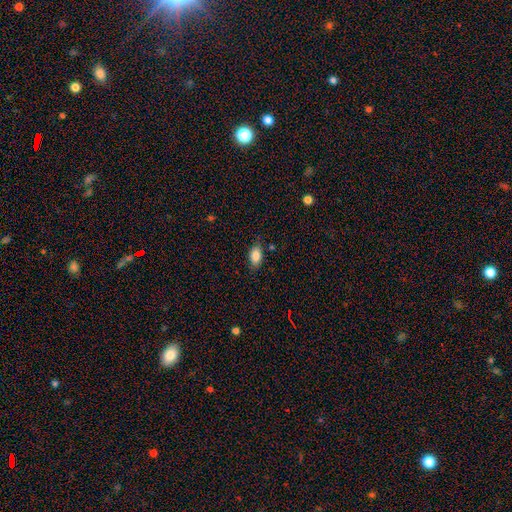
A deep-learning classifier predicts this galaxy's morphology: A smooth galaxy with no disk features (85%) that is in between round and cigar-shaped (89%).

Vote fractions:
- Smooth or featured? smooth: 85% / star or artifact: 8% / featured or disk: 7%
- How rounded? in between: 89% / round: 7% / cigar-shaped: 4%
- Merging? none: 78% / minor disturbance: 17% / major disturbance: 3% / merger: 2%